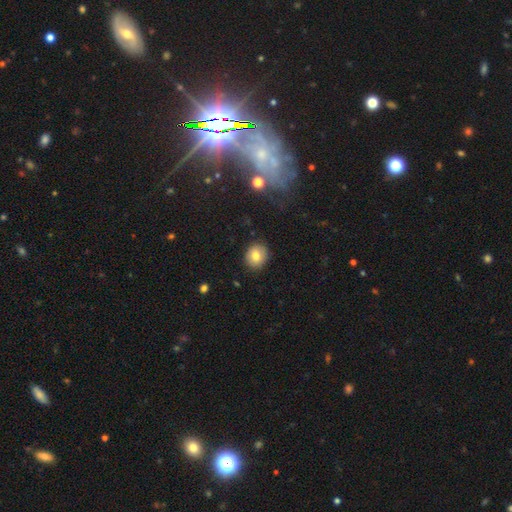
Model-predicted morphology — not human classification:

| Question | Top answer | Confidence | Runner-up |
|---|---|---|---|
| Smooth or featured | smooth | 78% | featured or disk (13%) |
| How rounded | round | 74% | in between (25%) |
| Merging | none | 87% | minor disturbance (9%) |